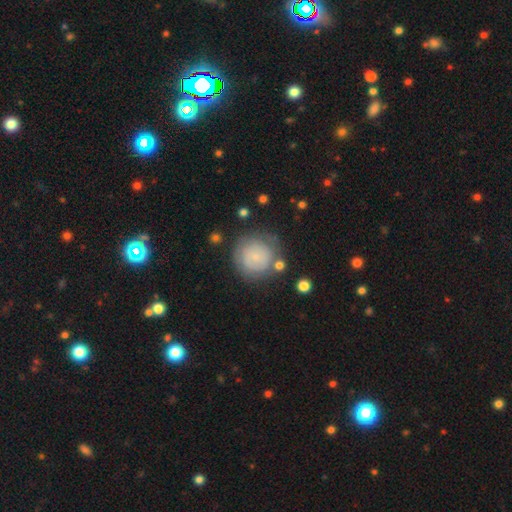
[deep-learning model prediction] This is likely a smooth galaxy (62%). How rounded: clearly round (93%). Merging: likely none (71%).